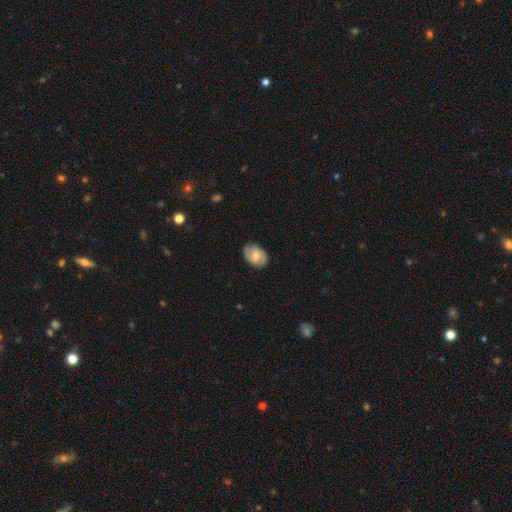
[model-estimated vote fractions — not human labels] A featured or disk galaxy (56%) with a weak bar (52%), spiral arms (87%) and a moderate central bulge (50%).

Vote fractions:
- Smooth or featured? featured or disk: 56% / smooth: 37% / star or artifact: 7%
- Edge-on disk? no: 97% / yes: 3%
- Bar? weak: 52% / no: 35% / strong: 13%
- Spiral arms? yes: 87% / no: 13%
- Bulge size? moderate: 50% / small: 30% / none: 10% / large: 9% / dominant: 2%
- Merging? none: 83% / minor disturbance: 13% / major disturbance: 3% / merger: 1%